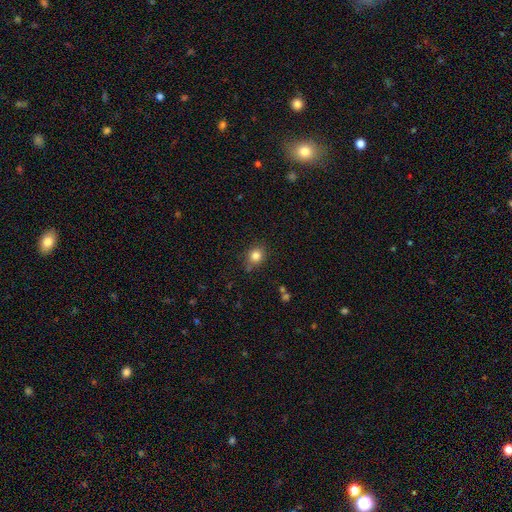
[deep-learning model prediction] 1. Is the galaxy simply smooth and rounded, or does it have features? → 83% smooth, 12% star or artifact, 6% featured or disk.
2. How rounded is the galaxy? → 80% round, 19% in between, 1% cigar-shaped.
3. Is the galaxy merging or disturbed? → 76% none, 16% minor disturbance, 4% merger, 4% major disturbance.